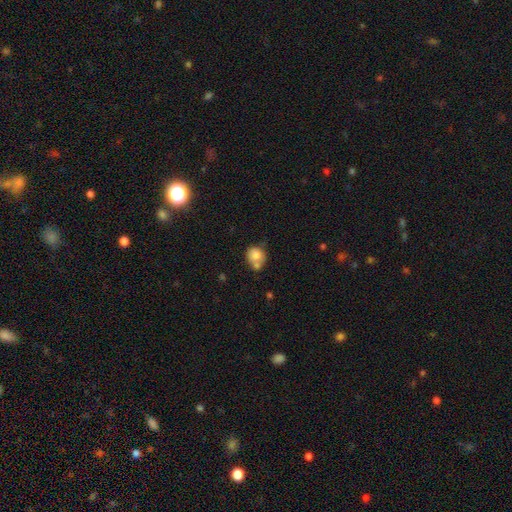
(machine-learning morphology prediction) smooth_or_featured: smooth (p=0.77) [alt: featured or disk p=0.14]
how_rounded: round (p=0.74) [alt: in between p=0.26]
merging: none (p=0.40) [alt: merger p=0.38]